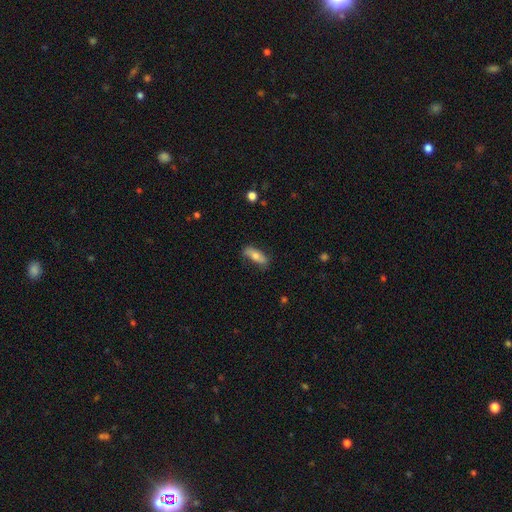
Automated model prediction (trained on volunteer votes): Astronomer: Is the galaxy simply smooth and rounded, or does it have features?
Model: smooth — 67%.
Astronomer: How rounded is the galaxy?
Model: in between — 62%.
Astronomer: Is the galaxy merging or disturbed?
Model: none — 76%.